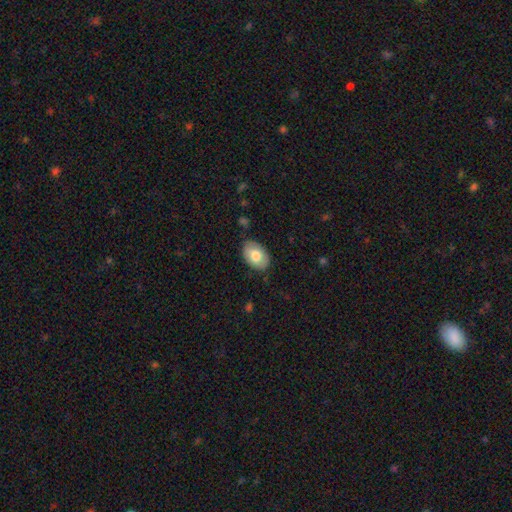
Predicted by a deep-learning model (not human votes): Q: Smooth or featured?
A: smooth (74%); runner-up: featured or disk (20%)
Q: How rounded?
A: in between (89%); runner-up: round (10%)
Q: Merging?
A: none (80%); runner-up: minor disturbance (16%)